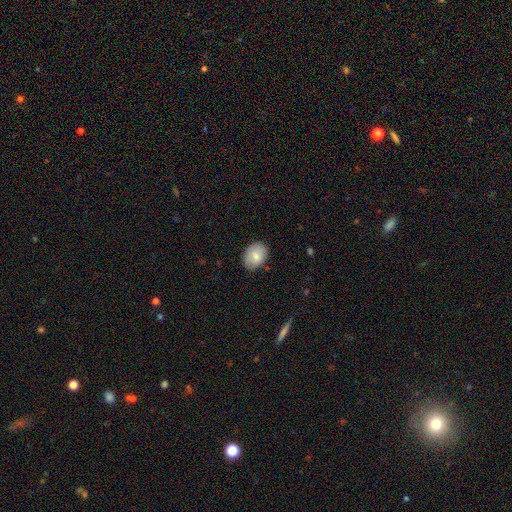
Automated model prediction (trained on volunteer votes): A smooth galaxy with no disk features (79%) that is in between round and cigar-shaped (77%). Merging: none (82%).